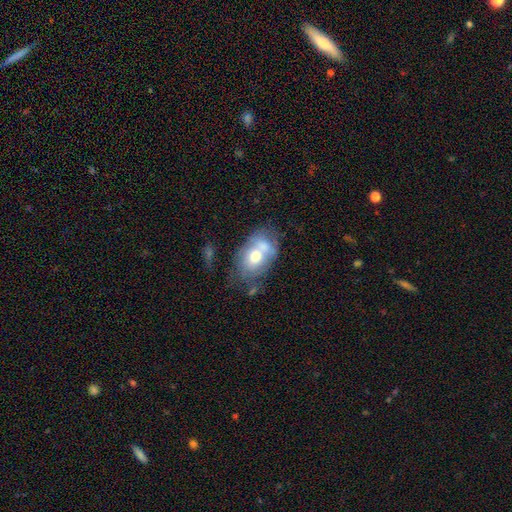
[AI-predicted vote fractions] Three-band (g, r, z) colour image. It shows a smooth galaxy with no disk features (60%) that is in between round and cigar-shaped (75%). Merging: merger (36%).